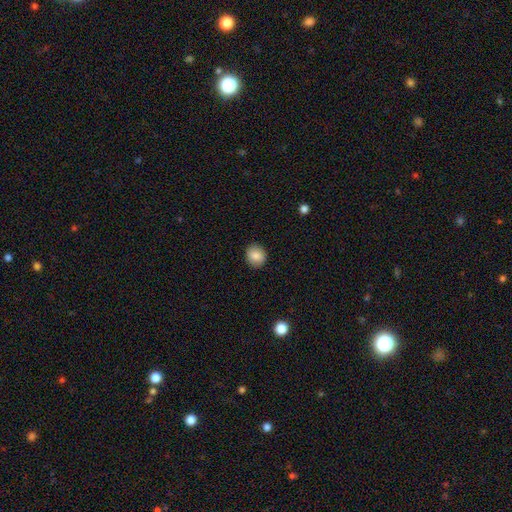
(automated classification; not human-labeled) smooth_or_featured: smooth (p=0.86) [alt: star or artifact p=0.09]
how_rounded: round (p=0.78) [alt: in between p=0.21]
merging: none (p=0.91) [alt: minor disturbance p=0.07]